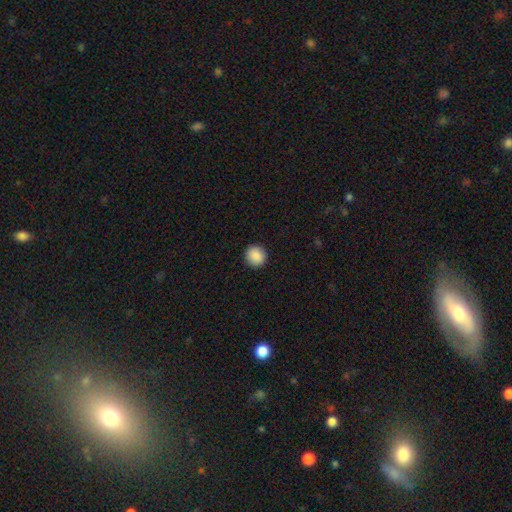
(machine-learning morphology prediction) smooth 89%, star or artifact 8%, featured or disk 3%. Down the decision tree: how rounded — round (91%); merging — none (92%).